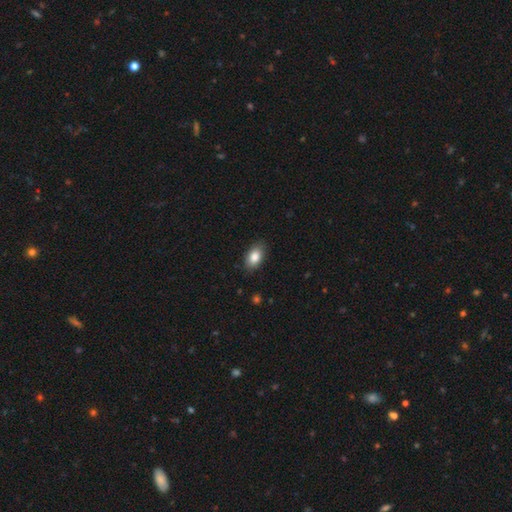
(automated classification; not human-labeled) This is clearly a smooth galaxy (85%). How rounded: clearly in between (90%). Merging: clearly none (85%).